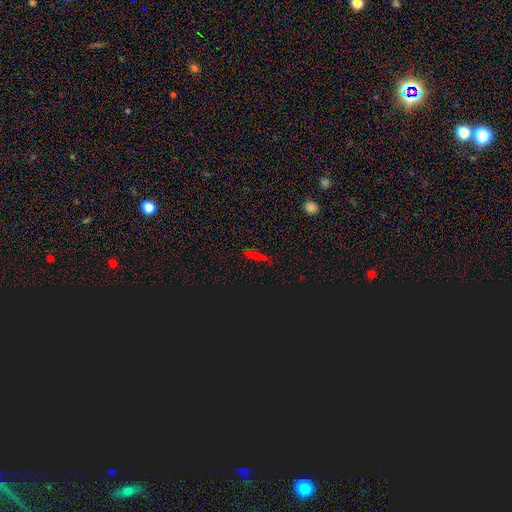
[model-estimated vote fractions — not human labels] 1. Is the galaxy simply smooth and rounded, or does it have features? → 53% smooth, 29% star or artifact, 18% featured or disk.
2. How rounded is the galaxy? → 80% cigar-shaped, 15% in between, 5% round.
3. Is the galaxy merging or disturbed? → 84% none, 12% minor disturbance, 3% major disturbance, 2% merger.